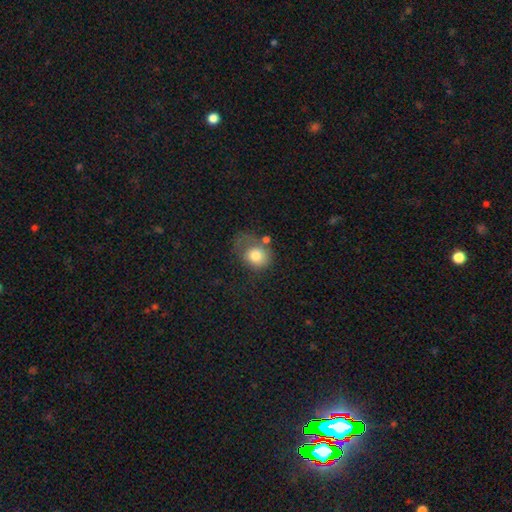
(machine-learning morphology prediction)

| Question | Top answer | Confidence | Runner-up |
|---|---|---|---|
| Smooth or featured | smooth | 76% | featured or disk (15%) |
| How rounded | round | 62% | in between (37%) |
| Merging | major disturbance | 34% | none (31%) |